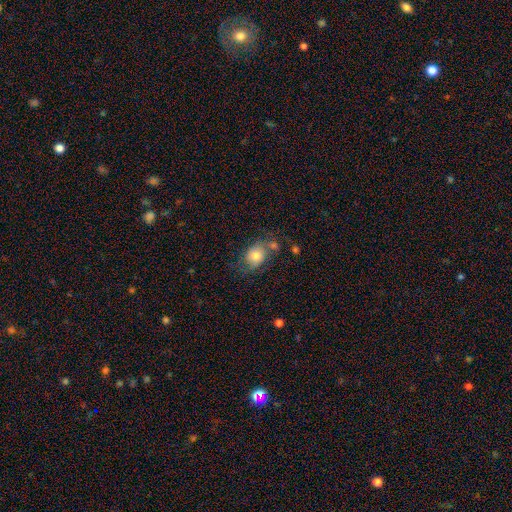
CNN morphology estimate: This appears to be a smooth galaxy with no disk features (66%) that is in between round and cigar-shaped (59%). Merging: none (47%).